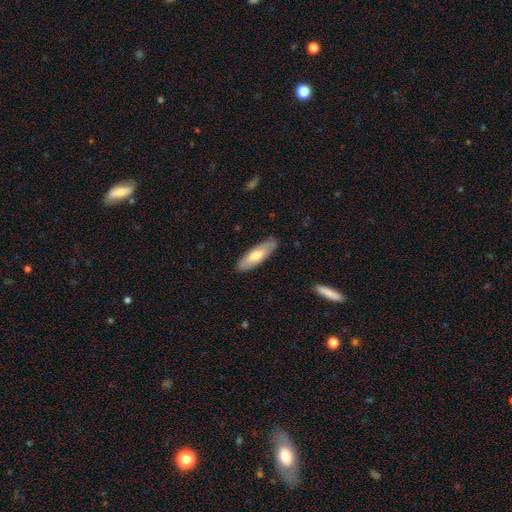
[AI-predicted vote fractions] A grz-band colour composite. It shows a smooth galaxy with no disk features (58%) that is in between round and cigar-shaped (57%). Merging: none (86%).